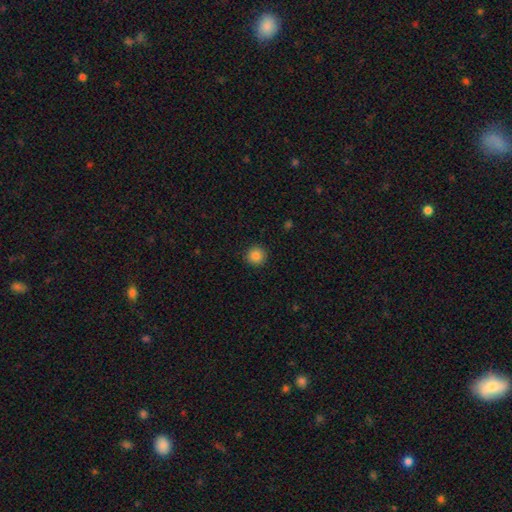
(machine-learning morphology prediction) Overall: smooth (86%). How rounded: round (95%). Merging: none (92%).